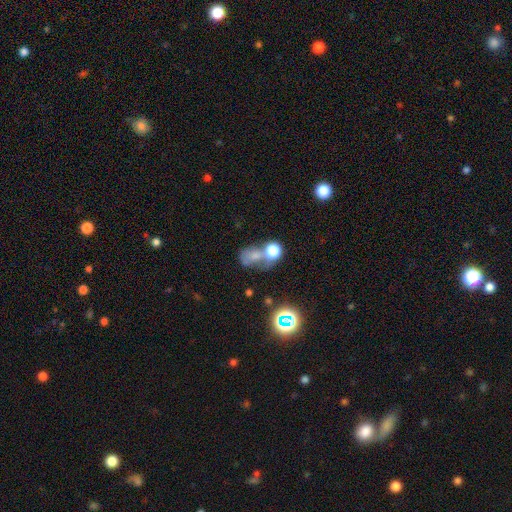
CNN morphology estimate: smooth-or-featured: smooth: 58% | star or artifact: 22% | featured or disk: 20%
  how-rounded: in between: 55% | round: 43% | cigar-shaped: 2%
  merging: merger: 43% | none: 26% | major disturbance: 17% | minor disturbance: 14%